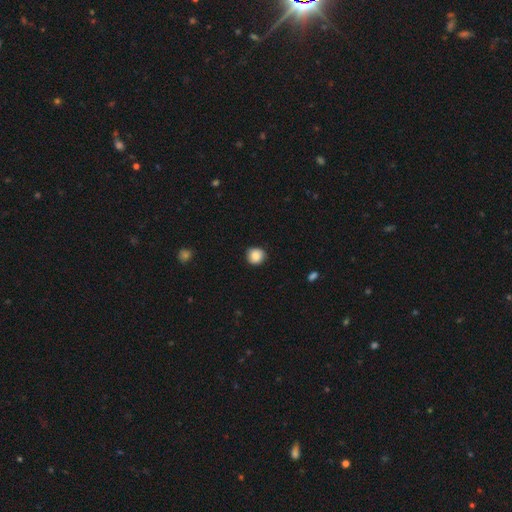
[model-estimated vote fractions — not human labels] This appears to be a smooth galaxy with no disk features (88%) that is round (90%). Merging: none (86%).